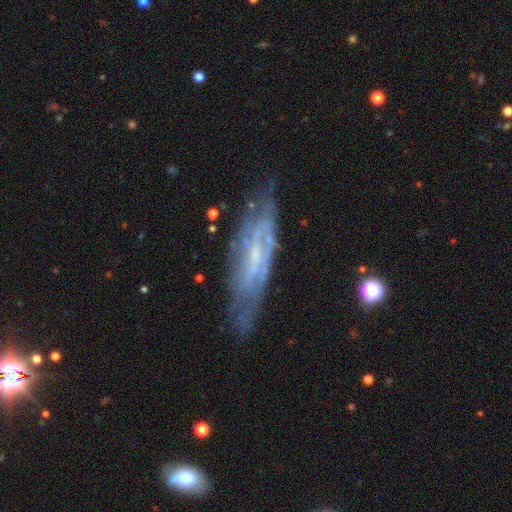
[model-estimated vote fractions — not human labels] This is likely a featured or disk galaxy (75%). It is likely not viewed edge-on (69%). Bar: marginally weak (42%). Spiral arm pattern: likely yes (77%). Central bulge: possibly small (57%). Merging: likely none (68%).